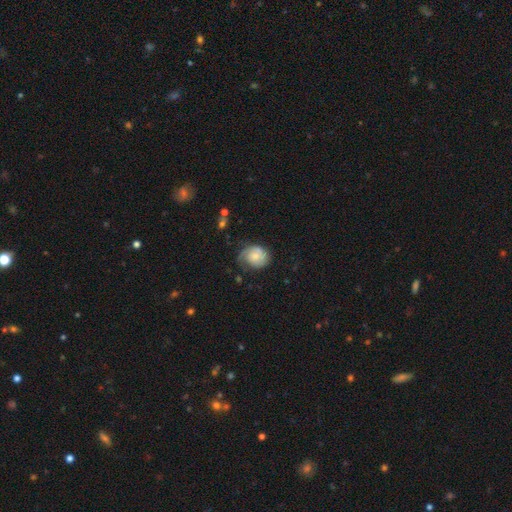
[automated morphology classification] A smooth galaxy with no disk features (50%).

Vote fractions:
- Smooth or featured? smooth: 50% / featured or disk: 43% / star or artifact: 8%
- Merging? none: 51% / minor disturbance: 31% / major disturbance: 16% / merger: 2%